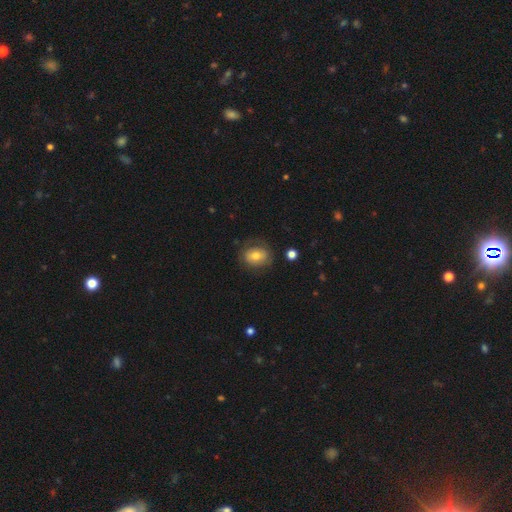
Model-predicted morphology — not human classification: The model was most divided on "how rounded": in between: 57%, round: 42%, cigar-shaped: 1%. More confident: merging — none (73%); smooth or featured — smooth (66%).